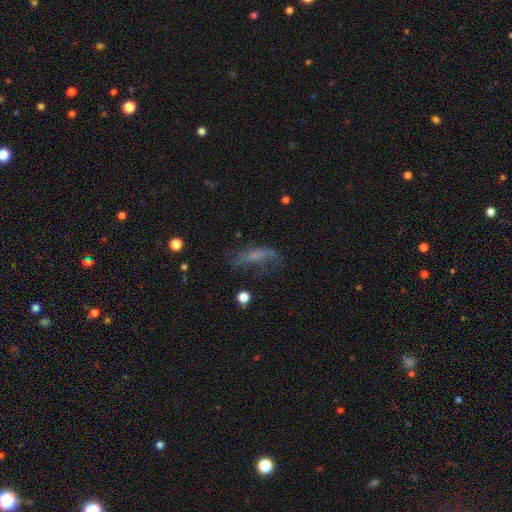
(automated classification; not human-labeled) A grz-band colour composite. It shows a smooth galaxy with no disk features (50%) that is cigar-shaped (49%). Merging: none (43%).